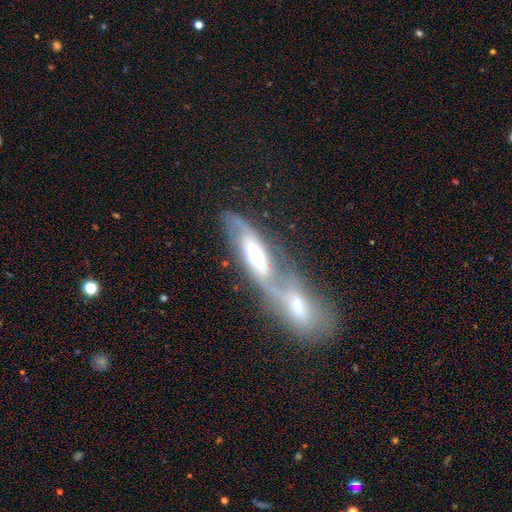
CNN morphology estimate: type=featured or disk (71%); edge-on=no (81%); bar=weak (38%); spiral arms=yes (84%); bulge=moderate (56%); merging=merger (66%).